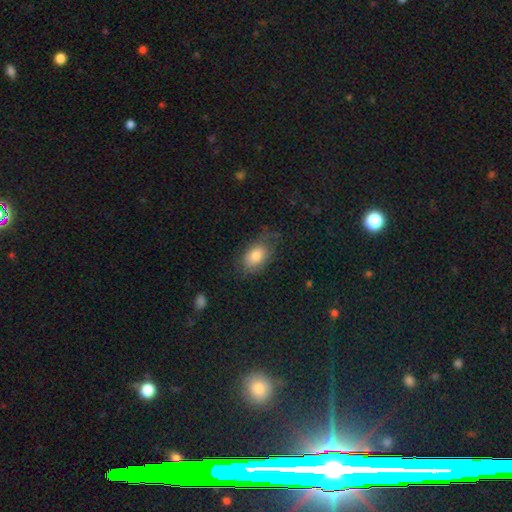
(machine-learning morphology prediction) Smooth or featured: smooth — 76% (featured or disk — 16%)
How rounded: in between — 88% (round — 10%)
Merging: none — 55% (minor disturbance — 28%)